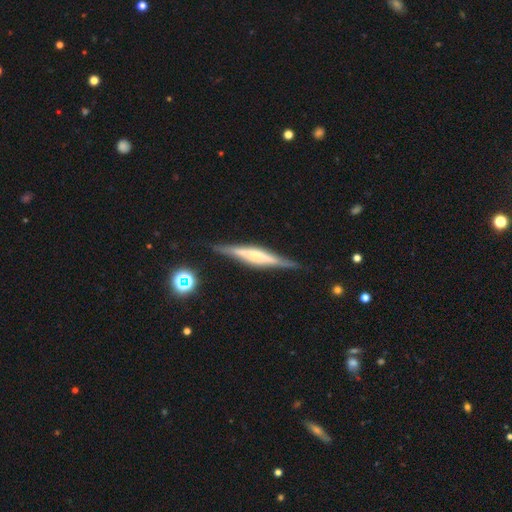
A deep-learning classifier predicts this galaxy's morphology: featured or disk 75%, smooth 19%, star or artifact 7%. Down the decision tree: edge-on disk — yes (97%); edge-on bulge — rounded (53%); merging — none (86%).